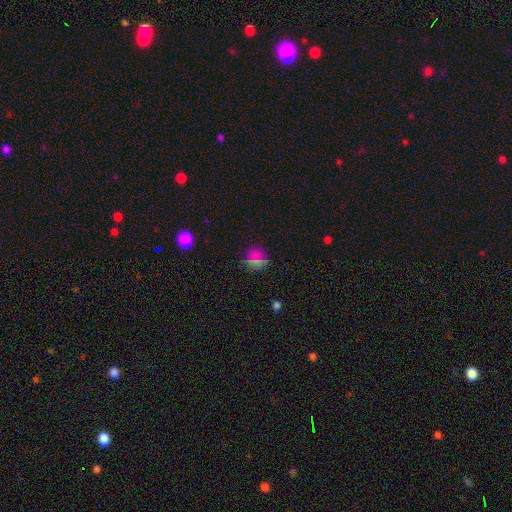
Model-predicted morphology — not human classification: This appears to be a smooth galaxy with no disk features (64%) that is round (86%). Merging: none (82%).